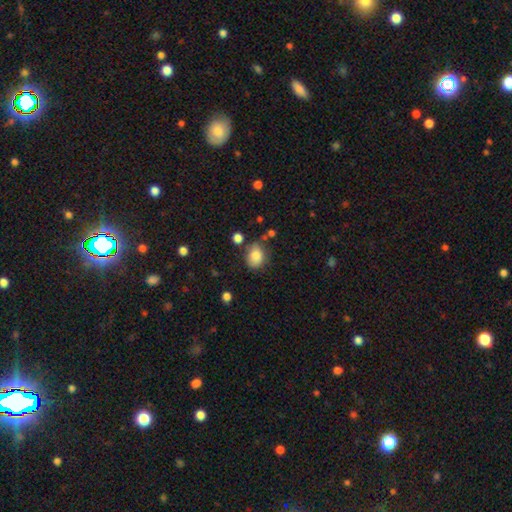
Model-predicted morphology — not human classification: Overall: smooth (83%). How rounded: in between (57%; round 42%). Merging: none (64%; minor disturbance 24%).